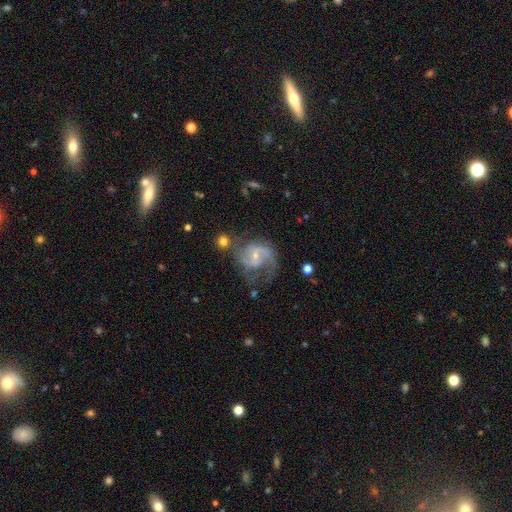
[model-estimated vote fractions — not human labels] The model was most divided on "bar": weak: 46%, no: 43%, strong: 11%. More confident: edge-on disk — no (98%); spiral arms — yes (95%); smooth or featured — featured or disk (85%); spiral arm count — 2 (72%); bulge size — small (66%); spiral winding — medium (53%); merging — none (52%).